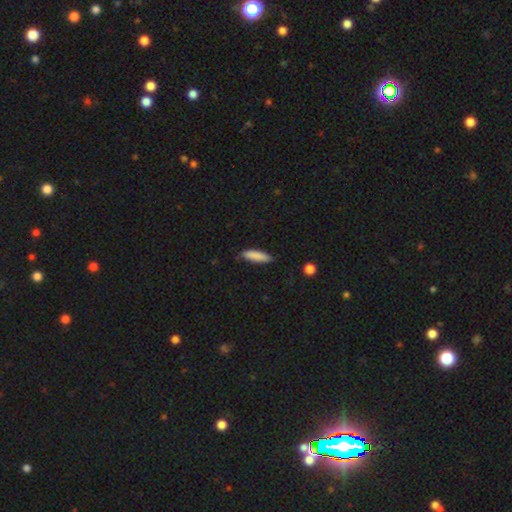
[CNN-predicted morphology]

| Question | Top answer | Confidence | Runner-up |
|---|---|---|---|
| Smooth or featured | smooth | 86% | featured or disk (8%) |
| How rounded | cigar-shaped | 68% | in between (30%) |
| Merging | none | 79% | minor disturbance (17%) |